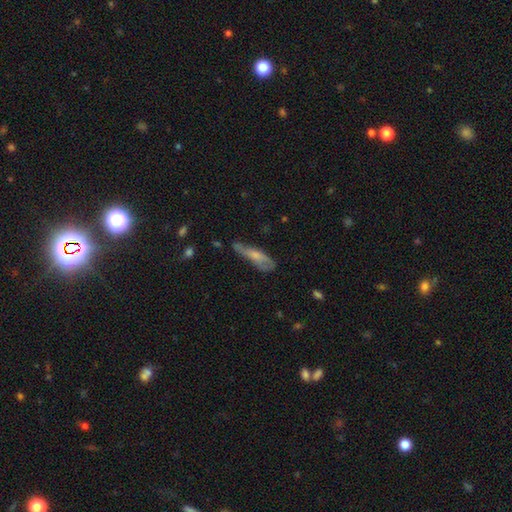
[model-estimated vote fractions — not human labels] Q: Smooth or featured?
A: smooth (54%); runner-up: featured or disk (38%)
Q: How rounded?
A: cigar-shaped (70%); runner-up: in between (28%)
Q: Merging?
A: none (43%); runner-up: minor disturbance (33%)